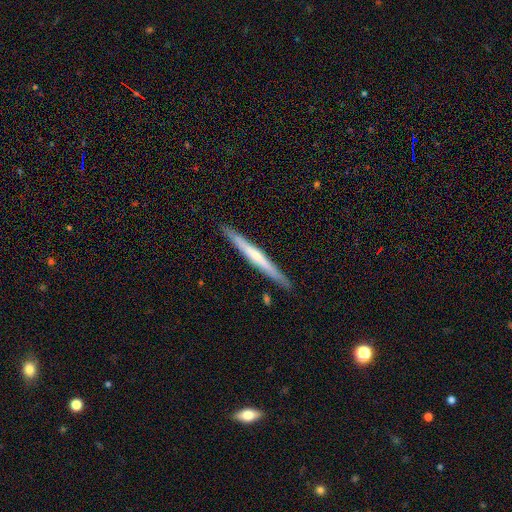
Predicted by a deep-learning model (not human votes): Smooth or featured? Predicted: featured or disk (p=0.56). Edge-on disk? Predicted: yes (p=0.96). Edge-on bulge? Predicted: none (p=0.62). Merging? Predicted: none (p=0.90).